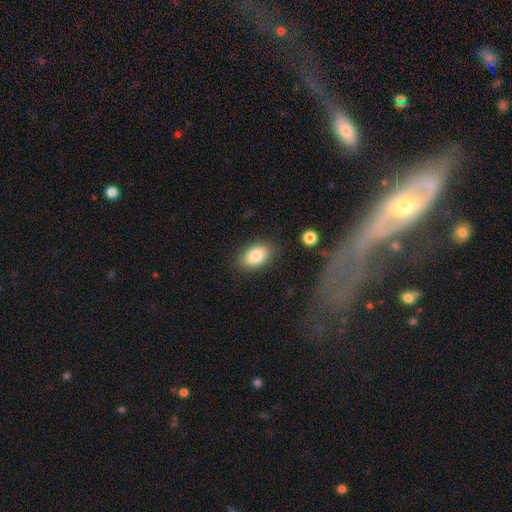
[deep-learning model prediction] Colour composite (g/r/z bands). It shows a smooth galaxy with no disk features (83%) that is in between round and cigar-shaped (89%). Merging: none (84%).